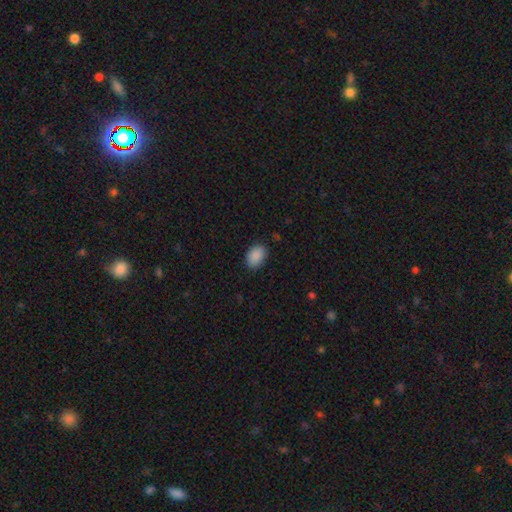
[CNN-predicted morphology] Q: Smooth or featured?
A: smooth (90%); runner-up: star or artifact (7%)
Q: How rounded?
A: in between (84%); runner-up: round (15%)
Q: Merging?
A: none (85%); runner-up: minor disturbance (11%)